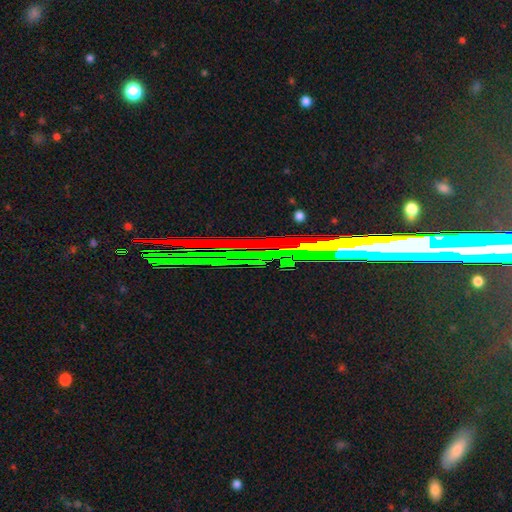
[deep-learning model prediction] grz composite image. It shows a star or artifact, not a galaxy (72%).